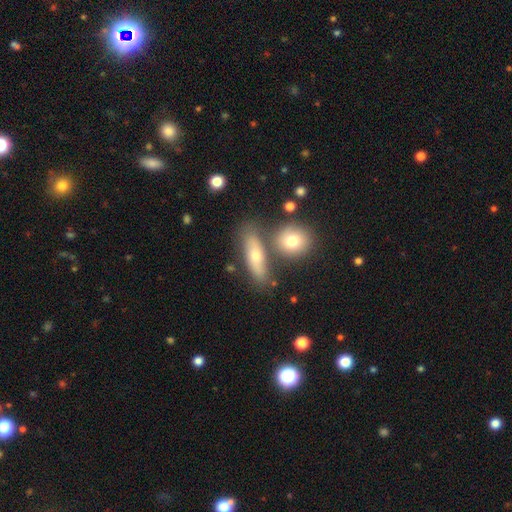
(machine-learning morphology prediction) This is possibly a smooth galaxy (58%). How rounded: possibly cigar-shaped (47%). Merging: likely none (66%).